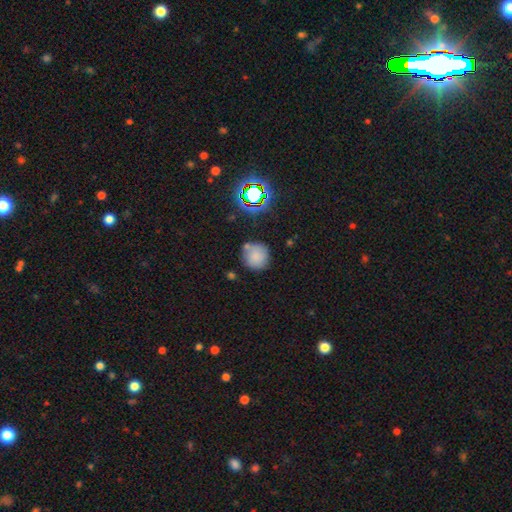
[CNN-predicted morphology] Smooth or featured? smooth (77%)
How rounded? round (92%)
Merging? none (69%)